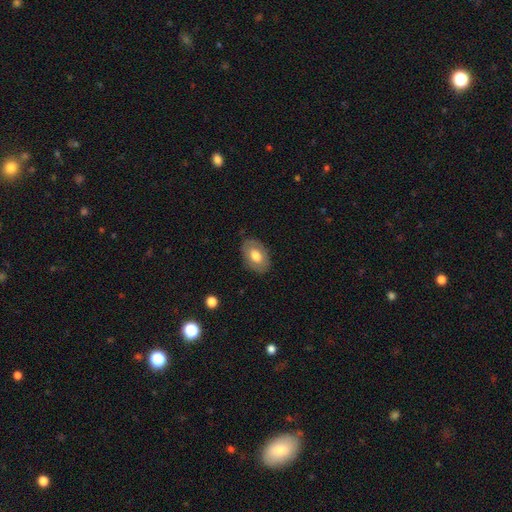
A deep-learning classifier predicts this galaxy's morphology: A smooth galaxy with no disk features (64%) that is in between round and cigar-shaped (87%).

Vote fractions:
- Smooth or featured? smooth: 64% / featured or disk: 30% / star or artifact: 6%
- How rounded? in between: 87% / round: 12% / cigar-shaped: 1%
- Merging? none: 82% / minor disturbance: 13% / major disturbance: 4% / merger: 1%